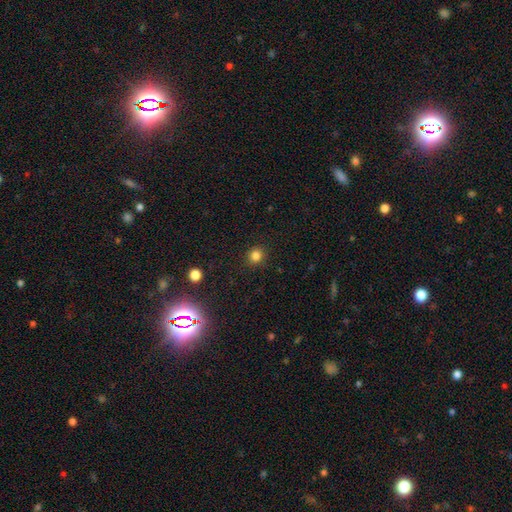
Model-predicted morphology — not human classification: smooth 81%, star or artifact 14%, featured or disk 5%. Down the decision tree: how rounded — round (89%); merging — none (90%).